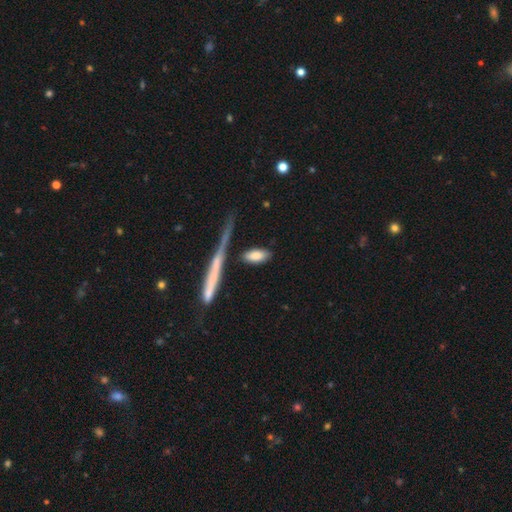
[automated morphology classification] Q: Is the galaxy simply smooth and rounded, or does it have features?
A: smooth — 81%.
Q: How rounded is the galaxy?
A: in between — 78%.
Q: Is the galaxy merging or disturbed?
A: none — 74%.